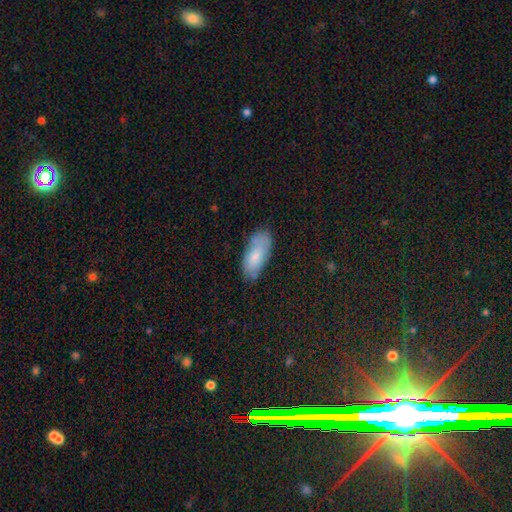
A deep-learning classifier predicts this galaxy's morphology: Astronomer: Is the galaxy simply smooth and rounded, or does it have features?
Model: smooth — 76%.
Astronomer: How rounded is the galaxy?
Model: in between — 88%.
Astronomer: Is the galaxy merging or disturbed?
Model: none — 67%.